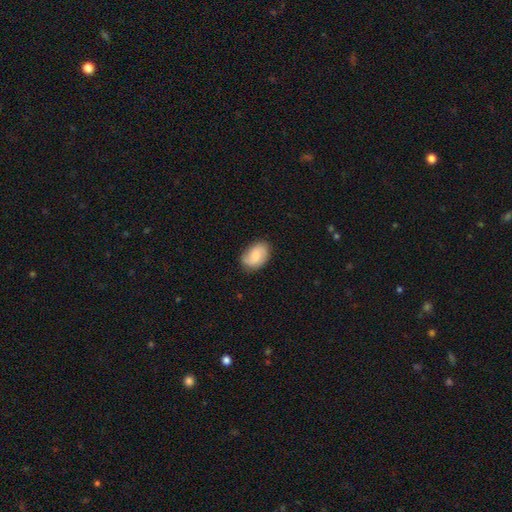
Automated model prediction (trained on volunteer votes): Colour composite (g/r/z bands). It shows a smooth galaxy with no disk features (63%) that is in between round and cigar-shaped (84%). Merging: none (79%).